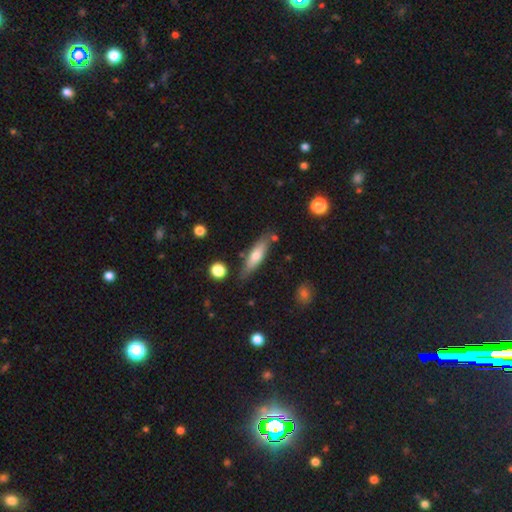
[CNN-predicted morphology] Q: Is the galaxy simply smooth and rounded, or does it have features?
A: smooth — 59%.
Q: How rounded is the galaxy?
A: cigar-shaped — 68%.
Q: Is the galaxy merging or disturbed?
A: none — 78%.